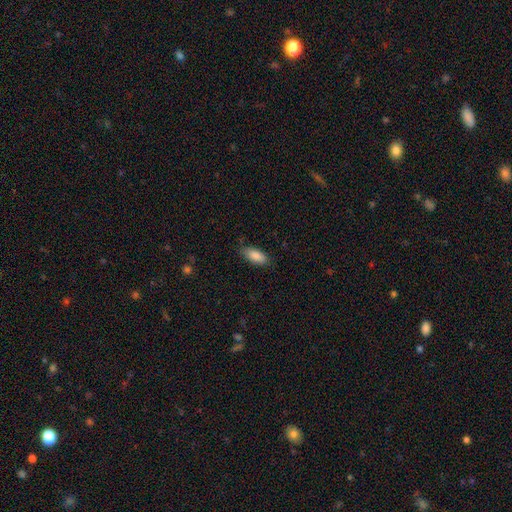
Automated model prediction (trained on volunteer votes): Q: Smooth or featured?
A: smooth (88%); runner-up: star or artifact (7%)
Q: How rounded?
A: in between (84%); runner-up: cigar-shaped (14%)
Q: Merging?
A: none (81%); runner-up: minor disturbance (15%)